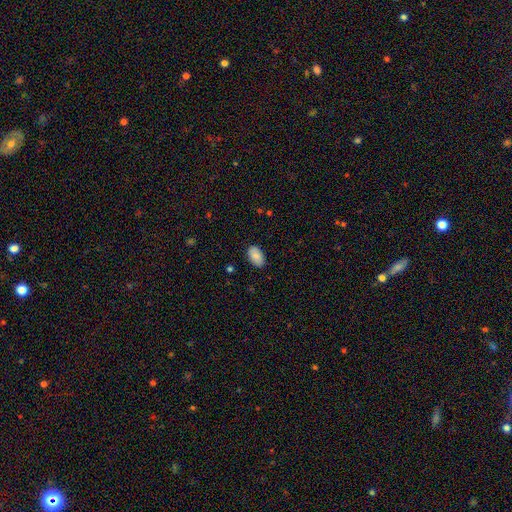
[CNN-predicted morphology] Smooth or featured?
  - smooth: 82% *
  - featured or disk: 11%
  - star or artifact: 7%
How rounded?
  - in between: 93% *
  - round: 6%
  - cigar-shaped: 1%
Merging?
  - none: 86% *
  - minor disturbance: 11%
  - major disturbance: 2%
  - merger: 1%